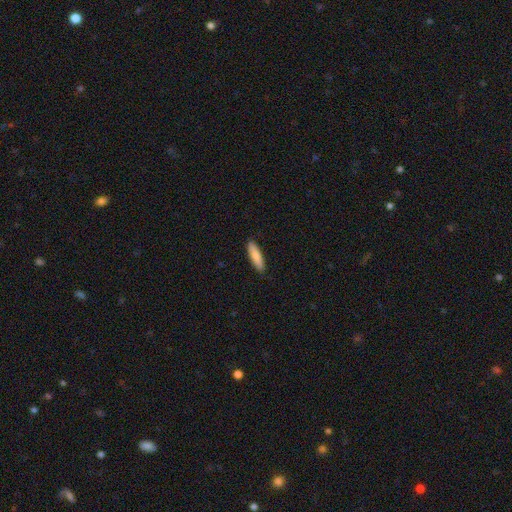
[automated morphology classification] Overall: smooth (85%). How rounded: cigar-shaped (69%; in between 29%). Merging: none (90%).